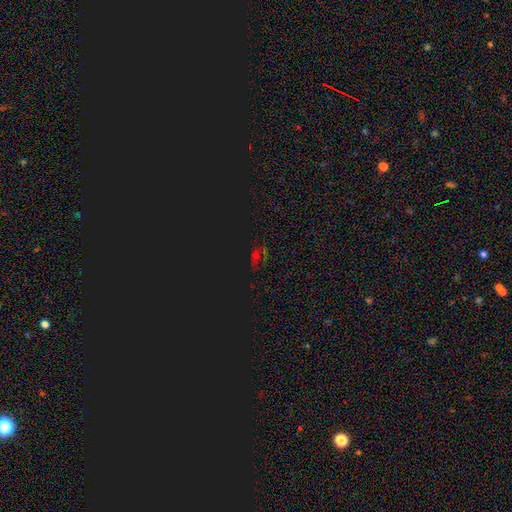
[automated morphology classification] Smooth or featured: star or artifact — 70% (smooth — 19%)